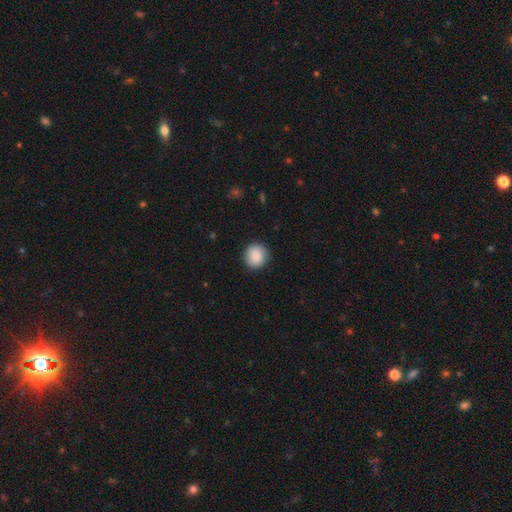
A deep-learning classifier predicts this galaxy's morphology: A smooth galaxy with no disk features (88%) that is round (90%).

Vote fractions:
- Smooth or featured? smooth: 88% / star or artifact: 7% / featured or disk: 5%
- How rounded? round: 90% / in between: 9% / cigar-shaped: 1%
- Merging? none: 88% / minor disturbance: 9% / major disturbance: 2% / merger: 1%